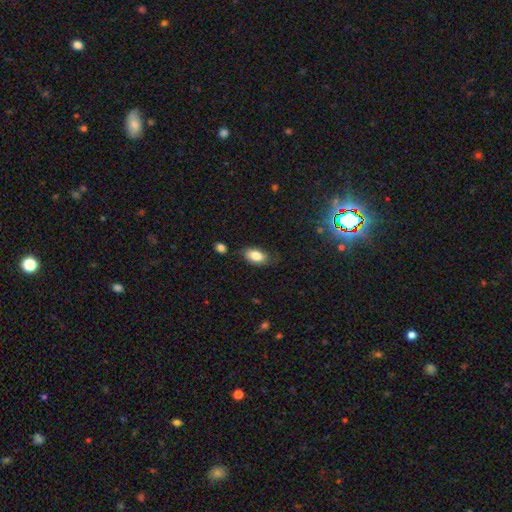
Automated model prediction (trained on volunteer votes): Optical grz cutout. It shows a smooth galaxy with no disk features (82%) that is in between round and cigar-shaped (91%). Merging: none (75%).